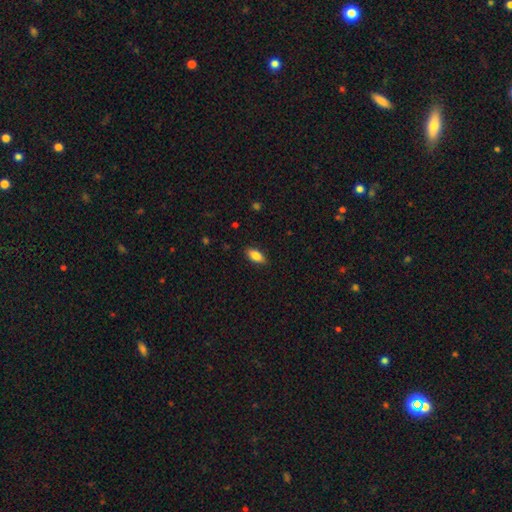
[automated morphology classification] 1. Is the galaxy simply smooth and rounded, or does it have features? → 85% smooth, 8% featured or disk, 7% star or artifact.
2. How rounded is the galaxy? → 88% in between, 9% cigar-shaped, 3% round.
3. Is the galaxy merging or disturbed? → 87% none, 10% minor disturbance, 2% major disturbance, 1% merger.